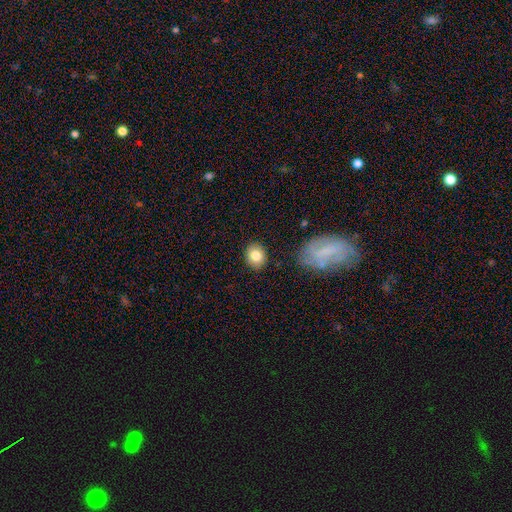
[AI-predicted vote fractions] Smooth or featured? Predicted: smooth (p=0.82). How rounded? Predicted: round (p=0.66). Merging? Predicted: none (p=0.87).